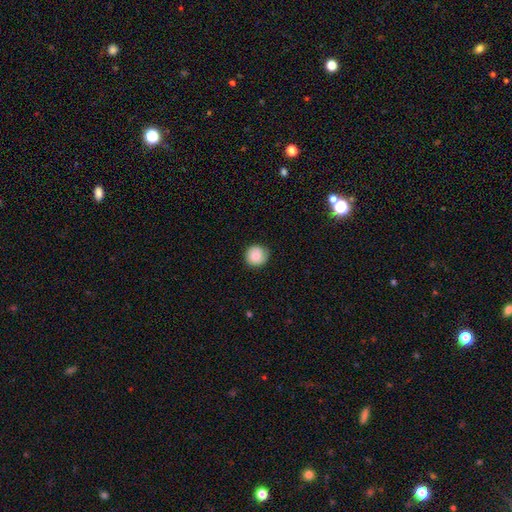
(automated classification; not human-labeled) Overall: smooth (77%). How rounded: round (92%). Merging: none (77%).